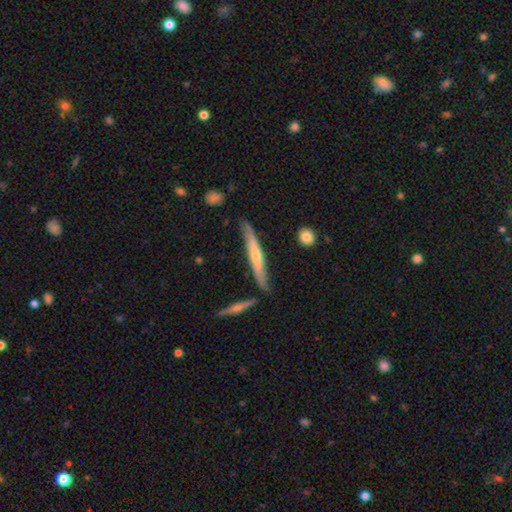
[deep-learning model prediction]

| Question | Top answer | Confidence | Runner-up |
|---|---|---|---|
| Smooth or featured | featured or disk | 56% | smooth (38%) |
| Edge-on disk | yes | 92% | no (8%) |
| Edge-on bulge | rounded | 60% | none (32%) |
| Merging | none | 79% | minor disturbance (14%) |